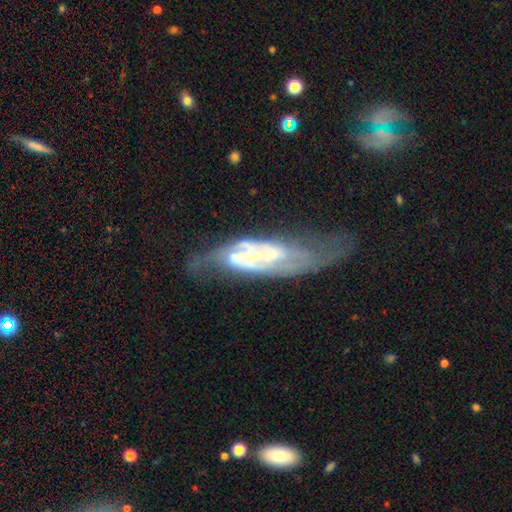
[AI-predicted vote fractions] A featured or disk galaxy (81%) with no bar (48%), 2 (64%) medium (42%) spiral arms (85%) and a small central bulge (70%). Merging: none (48%).